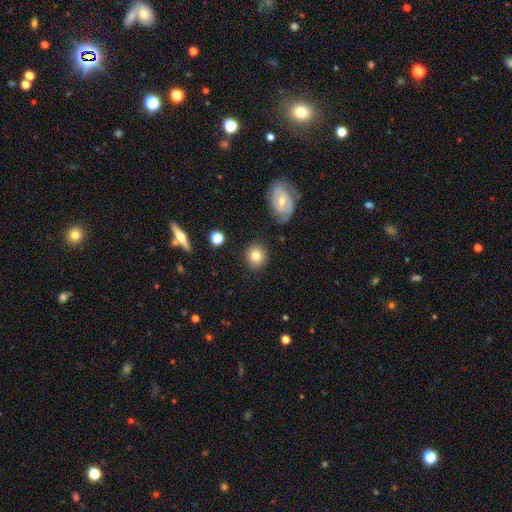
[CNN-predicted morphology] Q: Smooth or featured?
A: smooth (79%); runner-up: featured or disk (12%)
Q: How rounded?
A: round (83%); runner-up: in between (16%)
Q: Merging?
A: none (84%); runner-up: minor disturbance (10%)